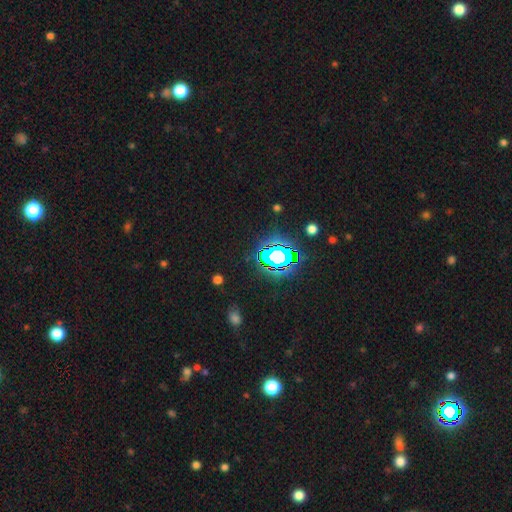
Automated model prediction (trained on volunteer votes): Smooth or featured? star or artifact (80%)